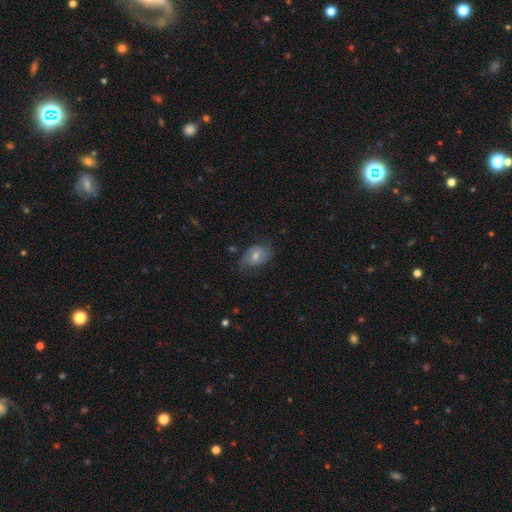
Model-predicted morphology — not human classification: Smooth or featured? featured or disk (58%)
Edge-on disk? no (95%)
Bar? no (66%)
Spiral arms? yes (81%)
Bulge size? moderate (63%)
Merging? none (65%)